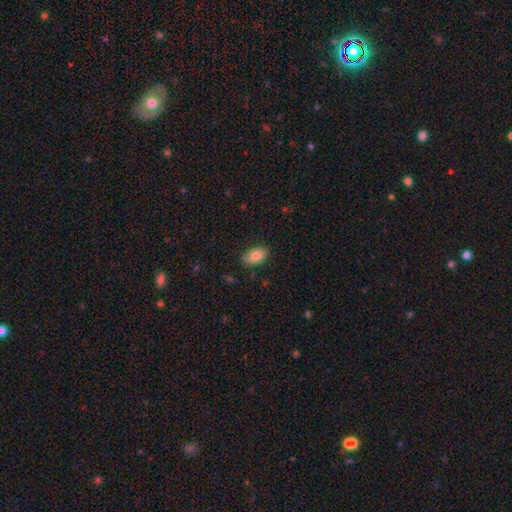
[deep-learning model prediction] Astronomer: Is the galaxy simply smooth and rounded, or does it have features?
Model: smooth — 84%.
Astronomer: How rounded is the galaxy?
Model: in between — 93%.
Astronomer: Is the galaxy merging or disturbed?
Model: none — 85%.